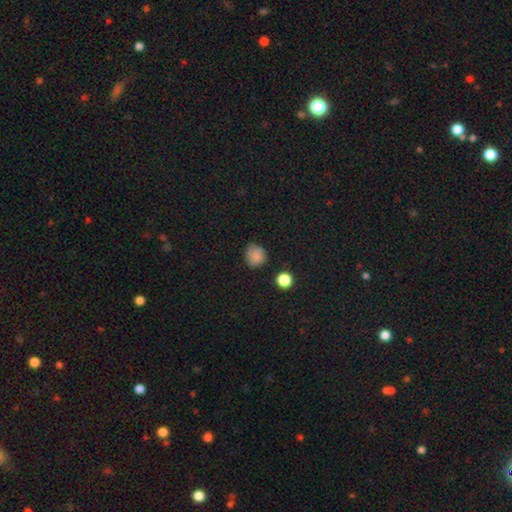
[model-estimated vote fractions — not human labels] This is clearly a smooth galaxy (82%). How rounded: clearly round (81%). Merging: likely none (74%).